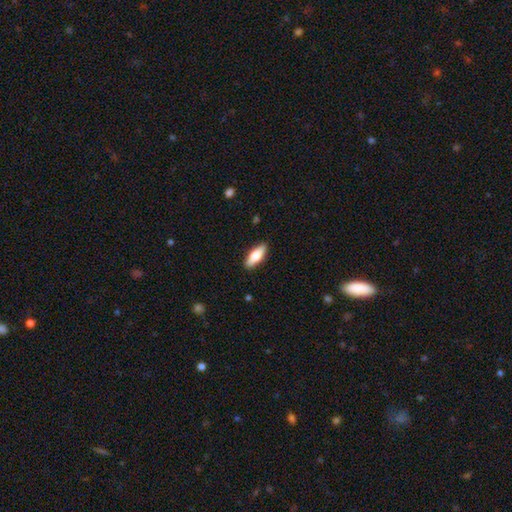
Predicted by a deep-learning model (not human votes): Q: Smooth or featured?
A: smooth (71%); runner-up: featured or disk (23%)
Q: How rounded?
A: in between (66%); runner-up: cigar-shaped (32%)
Q: Merging?
A: none (89%); runner-up: minor disturbance (8%)